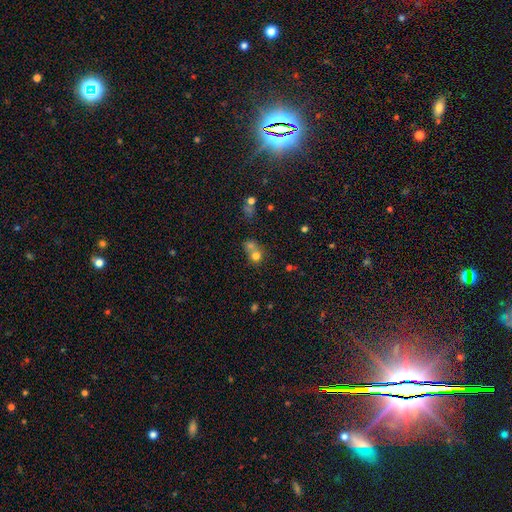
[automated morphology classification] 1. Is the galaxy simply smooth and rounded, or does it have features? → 71% smooth, 15% star or artifact, 14% featured or disk.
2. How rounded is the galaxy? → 77% round, 22% in between, 1% cigar-shaped.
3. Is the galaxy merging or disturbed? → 57% merger, 32% none, 7% minor disturbance, 4% major disturbance.